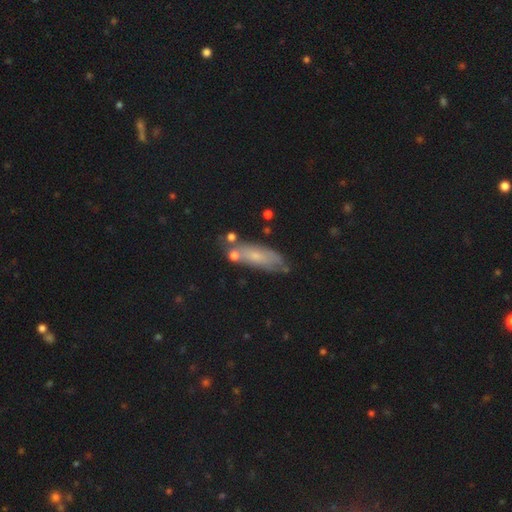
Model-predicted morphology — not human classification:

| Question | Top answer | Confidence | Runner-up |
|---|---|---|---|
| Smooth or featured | smooth | 53% | featured or disk (37%) |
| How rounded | in between | 55% | cigar-shaped (41%) |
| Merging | none | 62% | minor disturbance (22%) |